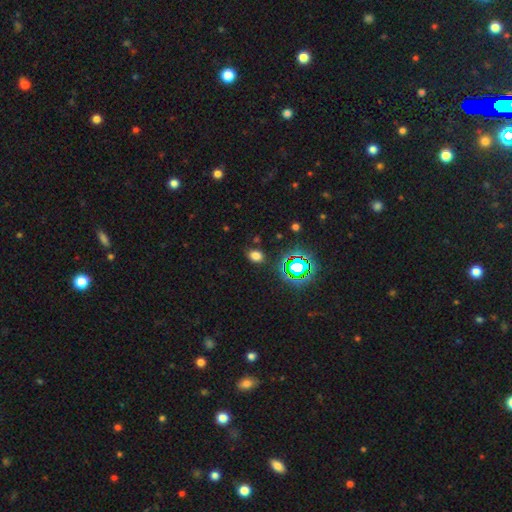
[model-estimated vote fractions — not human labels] A smooth galaxy with no disk features (67%) that is in between round and cigar-shaped (64%).

Vote fractions:
- Smooth or featured? smooth: 67% / star or artifact: 27% / featured or disk: 6%
- How rounded? in between: 64% / round: 34% / cigar-shaped: 1%
- Merging? none: 82% / minor disturbance: 12% / major disturbance: 4% / merger: 3%